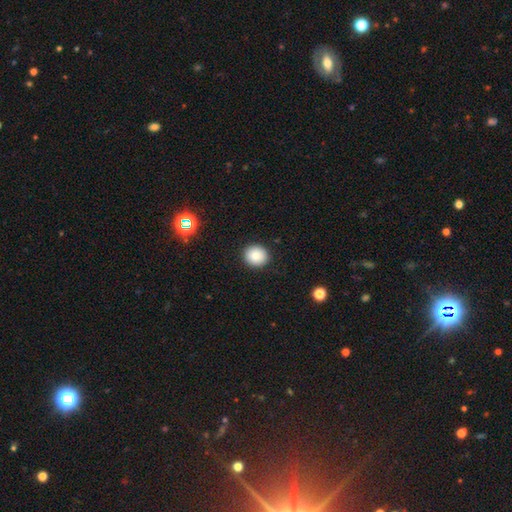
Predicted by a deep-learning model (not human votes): Q: Smooth or featured?
A: smooth (85%); runner-up: star or artifact (10%)
Q: How rounded?
A: round (88%); runner-up: in between (11%)
Q: Merging?
A: none (92%); runner-up: minor disturbance (6%)